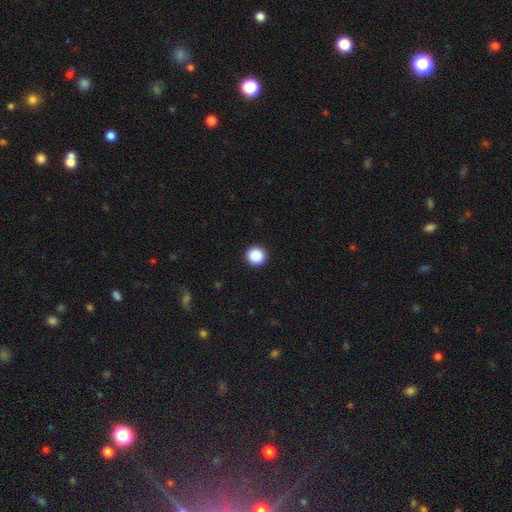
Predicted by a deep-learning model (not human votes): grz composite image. It shows a smooth galaxy with no disk features (88%) that is round (95%). Merging: none (93%).